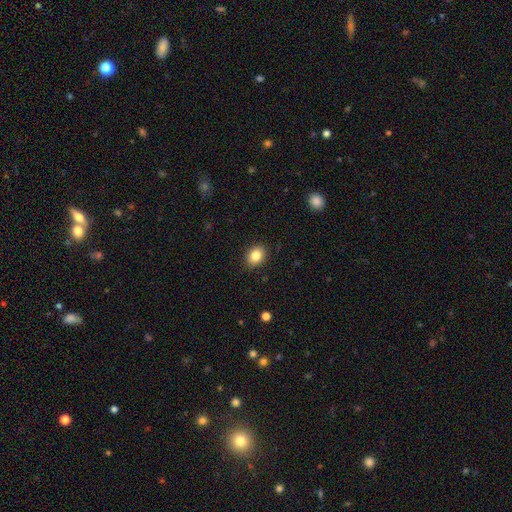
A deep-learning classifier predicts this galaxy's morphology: This is clearly a smooth galaxy (84%). How rounded: likely in between (61%). Merging: clearly none (89%).